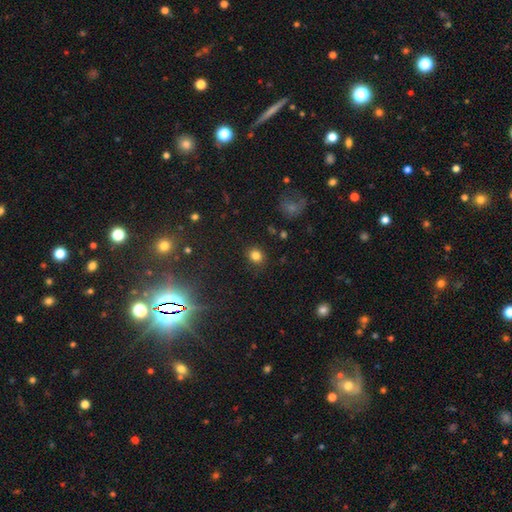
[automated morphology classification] Q: Smooth or featured?
A: smooth (82%); runner-up: star or artifact (13%)
Q: How rounded?
A: round (71%); runner-up: in between (28%)
Q: Merging?
A: none (87%); runner-up: minor disturbance (9%)